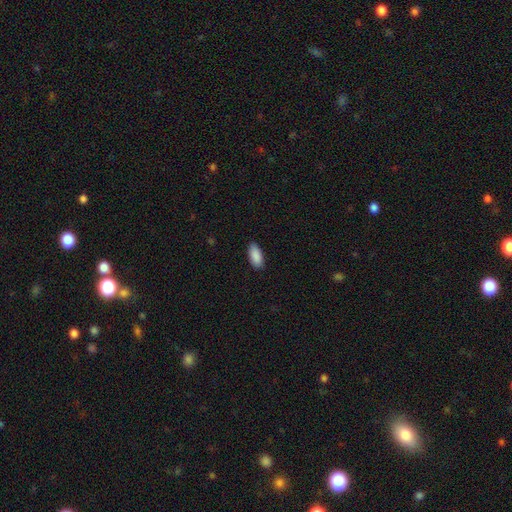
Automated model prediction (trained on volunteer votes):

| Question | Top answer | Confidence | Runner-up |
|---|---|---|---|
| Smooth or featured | smooth | 90% | star or artifact (6%) |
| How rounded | in between | 88% | cigar-shaped (10%) |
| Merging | none | 86% | minor disturbance (11%) |